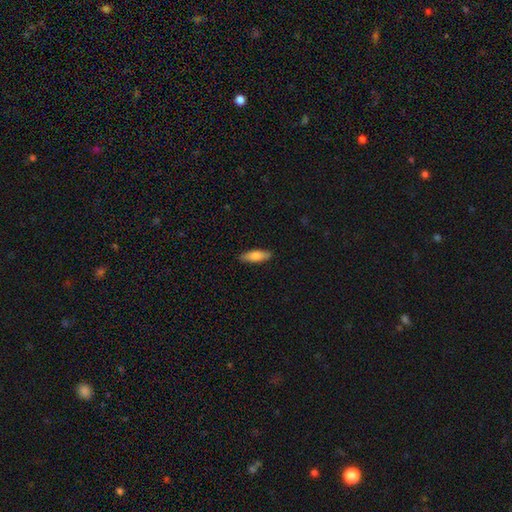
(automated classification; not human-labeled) Smooth or featured: smooth — 75% (featured or disk — 19%)
How rounded: in between — 57% (cigar-shaped — 41%)
Merging: none — 88% (minor disturbance — 9%)